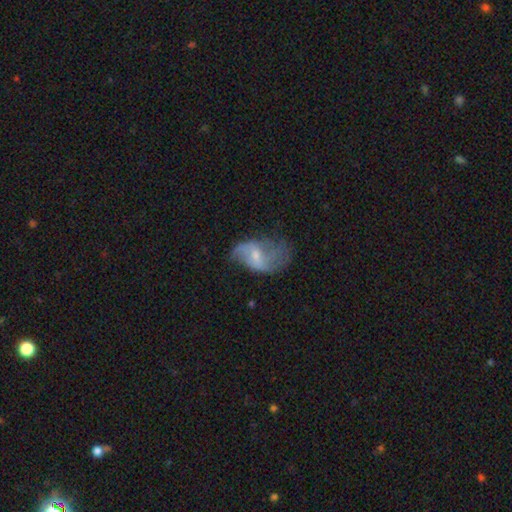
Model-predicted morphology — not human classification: This appears to be a featured or disk galaxy (69%) with a weak bar (49%), 2 (74%) loose (65%) spiral arms (83%) and a small central bulge (58%). Merging: none (42%).